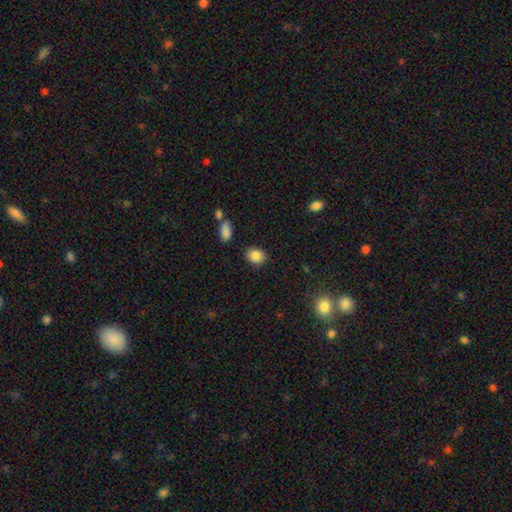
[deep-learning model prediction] smooth 86%, star or artifact 9%, featured or disk 5%. Down the decision tree: how rounded — round (60%); merging — none (85%).